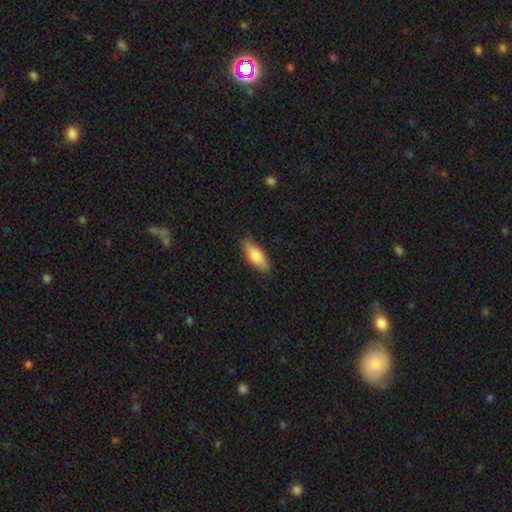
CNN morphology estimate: Smooth or featured? Predicted: smooth (p=0.78). How rounded? Predicted: in between (p=0.70). Merging? Predicted: none (p=0.86).